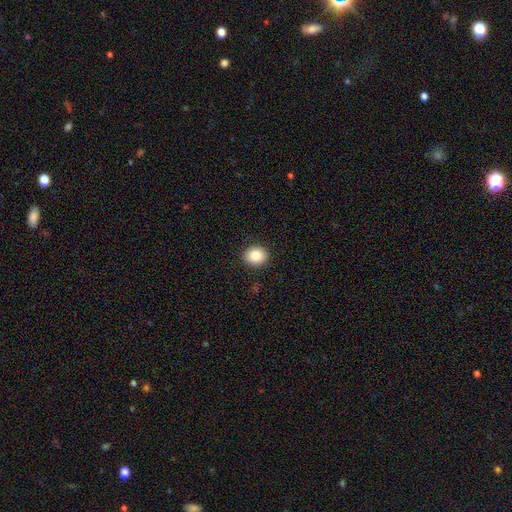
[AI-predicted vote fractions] Q: Smooth or featured?
A: smooth (84%); runner-up: star or artifact (9%)
Q: How rounded?
A: round (70%); runner-up: in between (30%)
Q: Merging?
A: none (91%); runner-up: minor disturbance (6%)